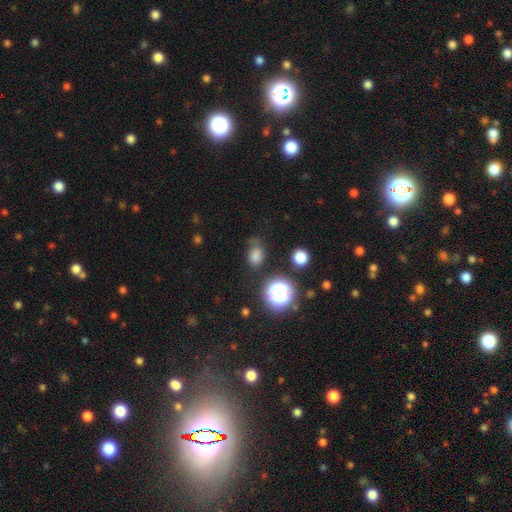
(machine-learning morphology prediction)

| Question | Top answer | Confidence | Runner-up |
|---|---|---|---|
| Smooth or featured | smooth | 74% | star or artifact (19%) |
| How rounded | in between | 55% | round (44%) |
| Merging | none | 63% | minor disturbance (23%) |